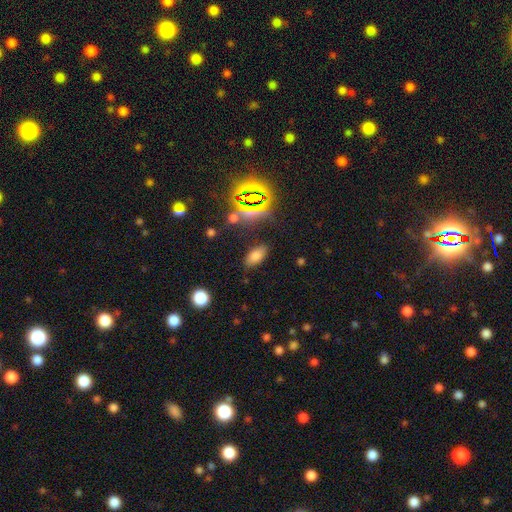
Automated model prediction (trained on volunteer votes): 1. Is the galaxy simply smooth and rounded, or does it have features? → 70% smooth, 21% star or artifact, 9% featured or disk.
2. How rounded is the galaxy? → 89% in between, 6% cigar-shaped, 4% round.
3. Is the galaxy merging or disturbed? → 84% none, 10% minor disturbance, 3% major disturbance, 2% merger.